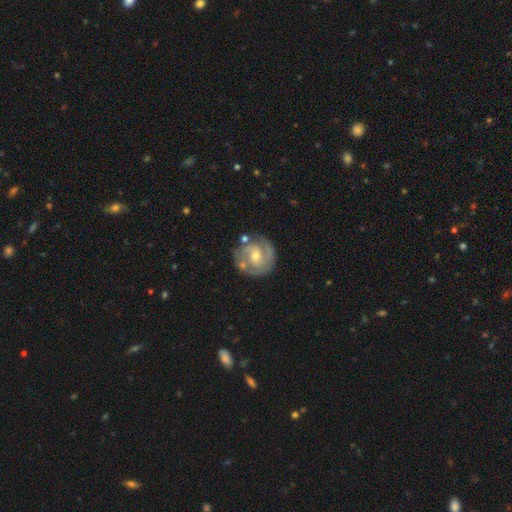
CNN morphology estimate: The model was most divided on "bulge size" (2-way tie): small: 48%, moderate: 48%, large: 2%, none: 1%, dominant: 1%. Remaining: edge-on disk — no (98%); spiral arms — yes (95%); smooth or featured — featured or disk (84%); merging — none (73%); spiral arm count — 2 (70%); spiral winding — tight (55%); bar — no (50%).